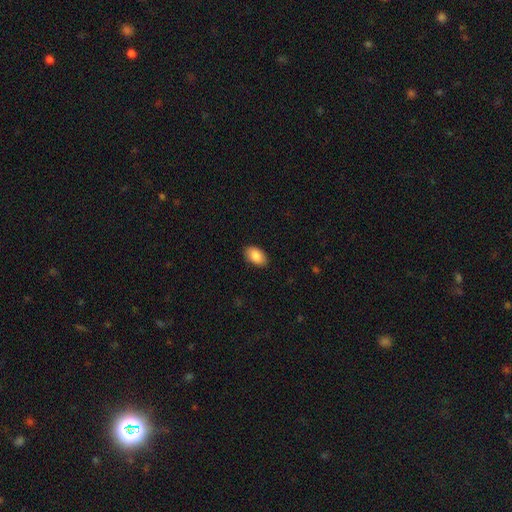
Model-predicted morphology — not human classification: The model was most divided on "merging": none: 88%, minor disturbance: 9%, major disturbance: 2%, merger: 1%. More confident: how rounded — in between (93%); smooth or featured — smooth (88%).